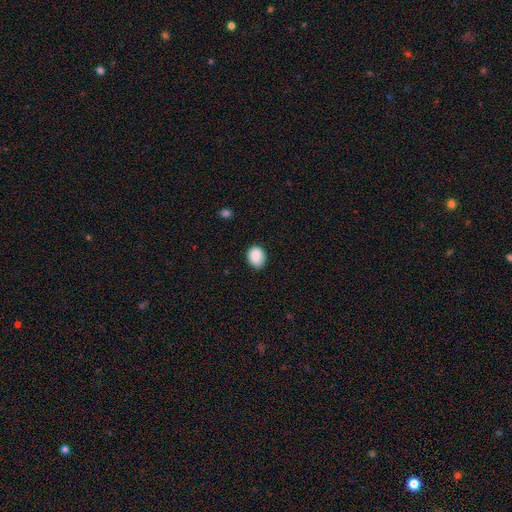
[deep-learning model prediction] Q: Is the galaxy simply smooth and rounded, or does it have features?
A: smooth — 88%.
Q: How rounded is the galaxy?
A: in between — 58%.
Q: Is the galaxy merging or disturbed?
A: none — 80%.